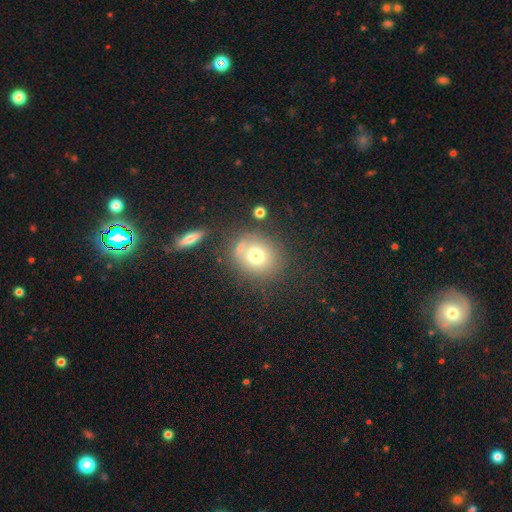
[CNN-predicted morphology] The model was most divided on "merging": none: 68%, minor disturbance: 14%, merger: 10%, major disturbance: 7%. More confident: how rounded — round (77%); smooth or featured — smooth (72%).